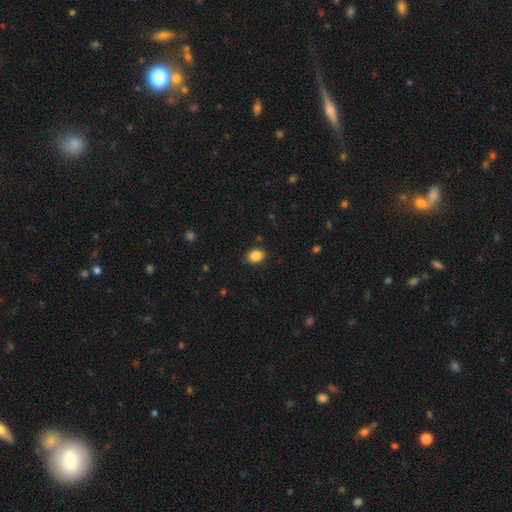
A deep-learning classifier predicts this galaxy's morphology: smooth_or_featured: smooth (p=0.87) [alt: star or artifact p=0.09]
how_rounded: in between (p=0.66) [alt: round p=0.33]
merging: none (p=0.86) [alt: minor disturbance p=0.11]